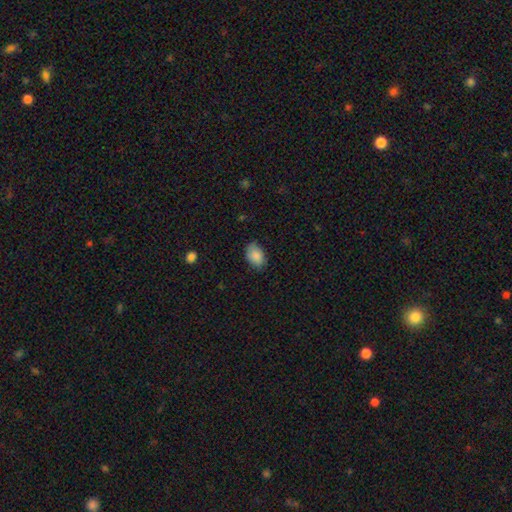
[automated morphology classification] smooth-or-featured: smooth: 87% | star or artifact: 7% | featured or disk: 6%
  how-rounded: in between: 84% | round: 15% | cigar-shaped: 1%
  merging: none: 76% | minor disturbance: 19% | major disturbance: 3% | merger: 1%